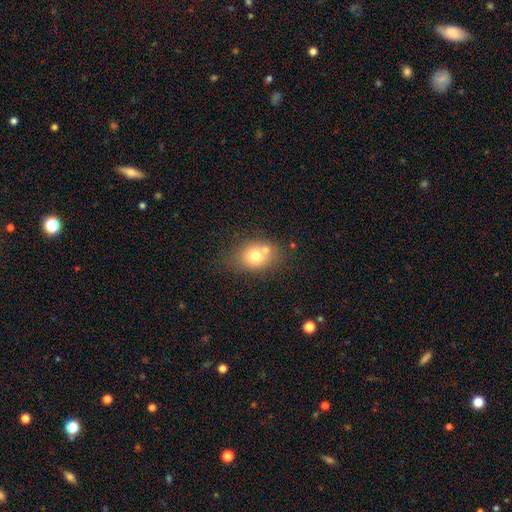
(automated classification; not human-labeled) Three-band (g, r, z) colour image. It shows a smooth galaxy with no disk features (71%) that is in between round and cigar-shaped (52%). Merging: none (52%).